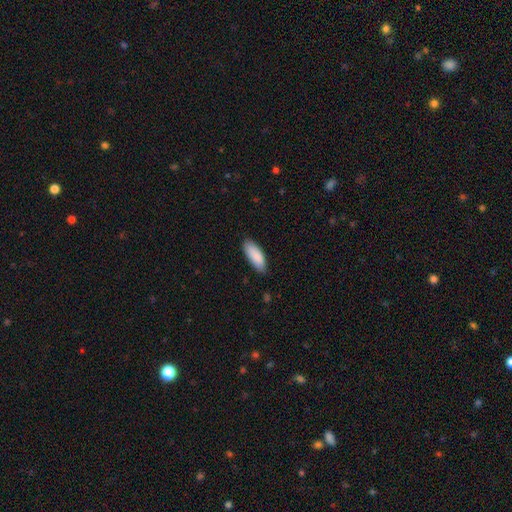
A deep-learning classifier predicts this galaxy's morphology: Smooth or featured?
  - smooth: 89% *
  - star or artifact: 6%
  - featured or disk: 5%
How rounded?
  - in between: 75% *
  - cigar-shaped: 24%
  - round: 1%
Merging?
  - none: 82% *
  - minor disturbance: 15%
  - major disturbance: 2%
  - merger: 1%